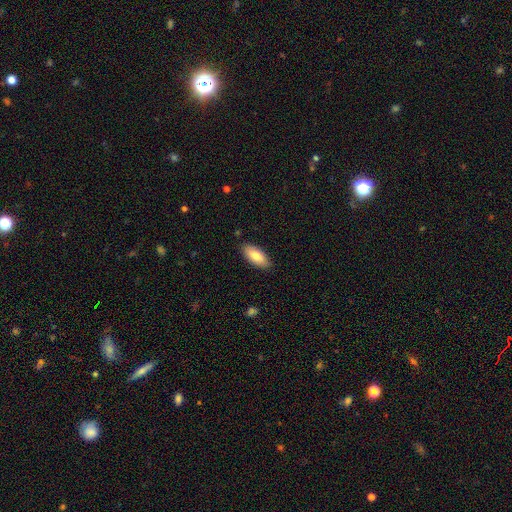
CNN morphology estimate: A smooth galaxy with no disk features (79%) that is in between round and cigar-shaped (87%).

Vote fractions:
- Smooth or featured? smooth: 79% / featured or disk: 15% / star or artifact: 6%
- How rounded? in between: 87% / cigar-shaped: 11% / round: 2%
- Merging? none: 86% / minor disturbance: 11% / major disturbance: 2% / merger: 1%